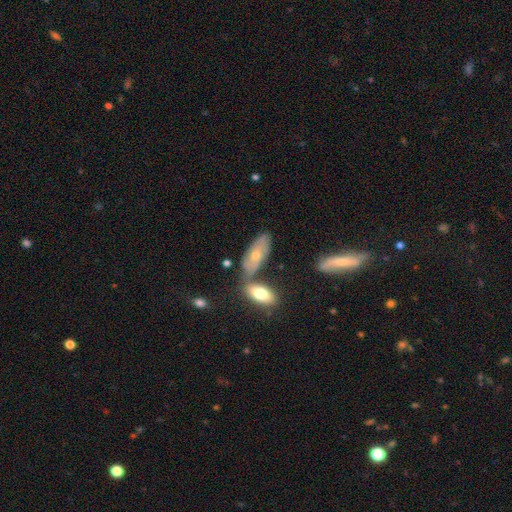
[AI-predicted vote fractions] Smooth or featured?
  - smooth: 51% *
  - featured or disk: 42%
  - star or artifact: 7%
How rounded?
  - in between: 79% *
  - cigar-shaped: 18%
  - round: 3%
Merging?
  - none: 55% *
  - minor disturbance: 20%
  - merger: 19%
  - major disturbance: 6%